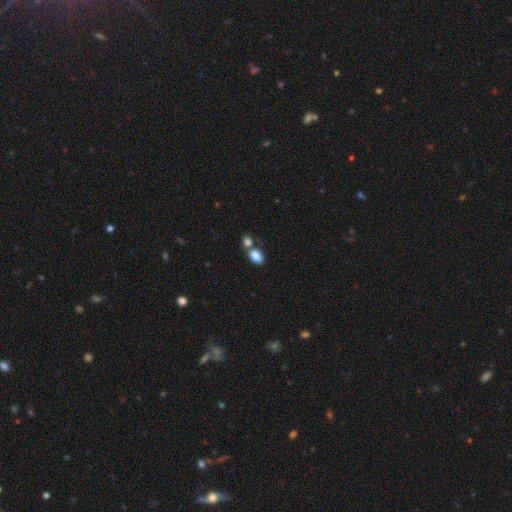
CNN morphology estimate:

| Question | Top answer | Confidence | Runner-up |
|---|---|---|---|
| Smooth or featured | smooth | 85% | star or artifact (9%) |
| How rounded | in between | 85% | round (13%) |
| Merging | none | 48% | merger (37%) |